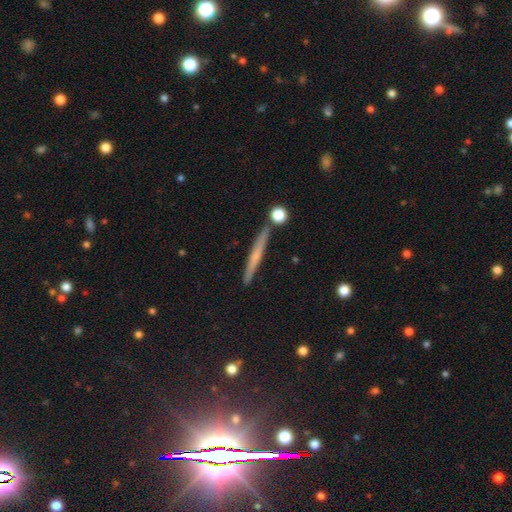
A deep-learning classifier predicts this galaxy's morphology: Smooth or featured: featured or disk — 49% (smooth — 42%)
Merging: none — 87% (minor disturbance — 8%)